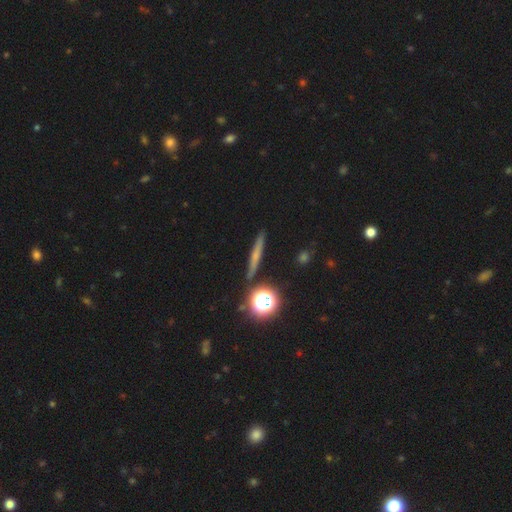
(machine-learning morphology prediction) Smooth or featured? Predicted: smooth (p=0.47). Merging? Predicted: none (p=0.88).